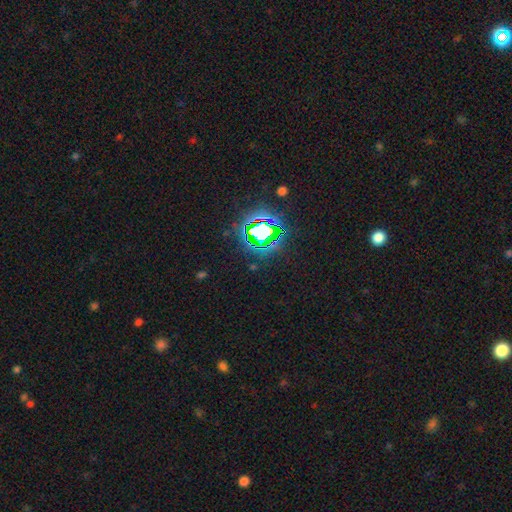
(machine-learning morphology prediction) Overall: star or artifact (84%).